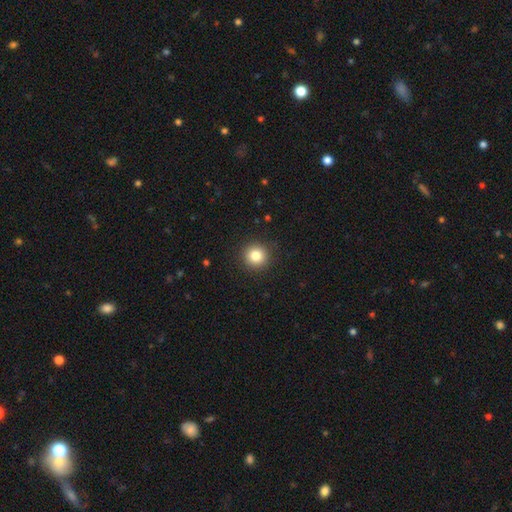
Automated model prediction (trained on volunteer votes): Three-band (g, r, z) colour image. It shows a smooth galaxy with no disk features (83%) that is round (94%). Merging: none (92%).